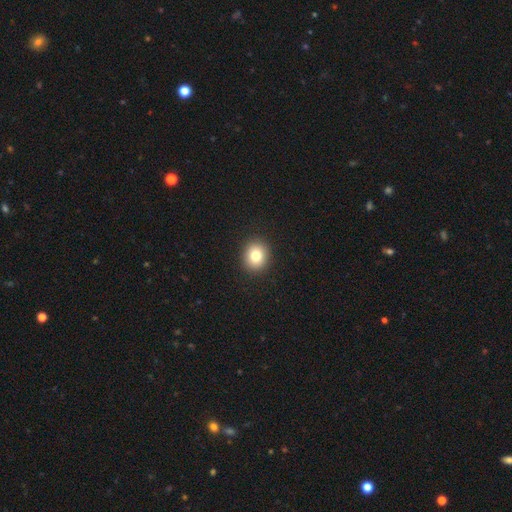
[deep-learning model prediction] Overall: smooth (81%). How rounded: round (77%). Merging: none (92%).